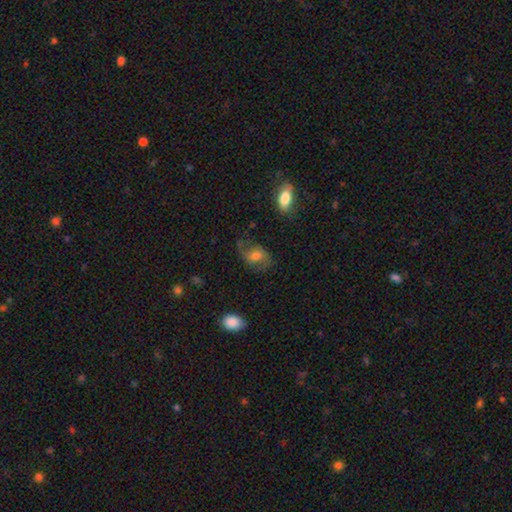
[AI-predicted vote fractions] featured or disk 48%, smooth 41%, star or artifact 10%. Down the decision tree: merging — none (65%).